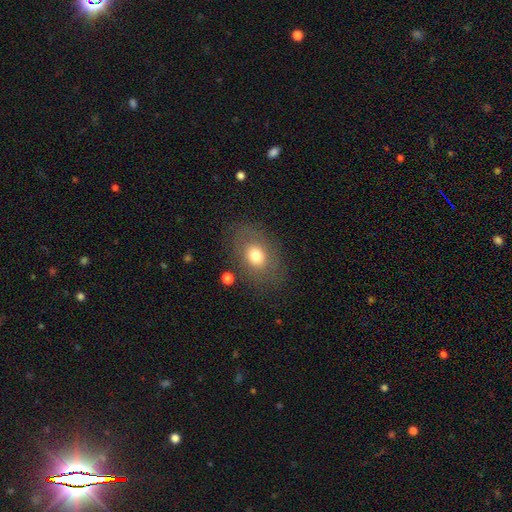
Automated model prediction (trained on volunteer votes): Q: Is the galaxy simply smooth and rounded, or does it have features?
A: smooth — 70%.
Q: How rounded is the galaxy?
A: in between — 73%.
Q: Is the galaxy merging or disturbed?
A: none — 77%.